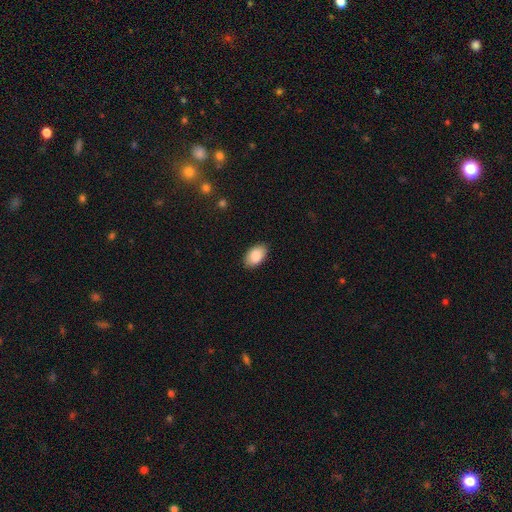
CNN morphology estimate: A smooth galaxy with no disk features (88%) that is in between round and cigar-shaped (94%). Merging: none (88%).